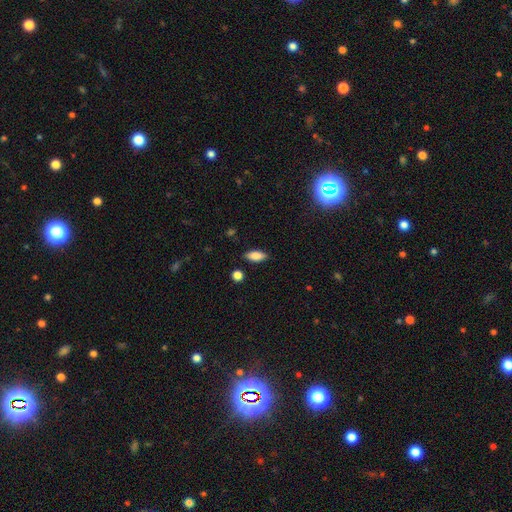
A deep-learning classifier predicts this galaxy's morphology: Smooth or featured? smooth (79%)
How rounded? in between (82%)
Merging? none (86%)